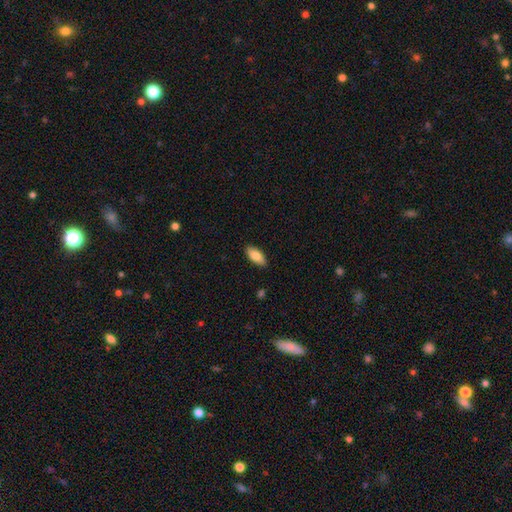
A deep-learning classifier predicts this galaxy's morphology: A smooth galaxy with no disk features (83%) that is in between round and cigar-shaped (85%). Merging: none (88%).